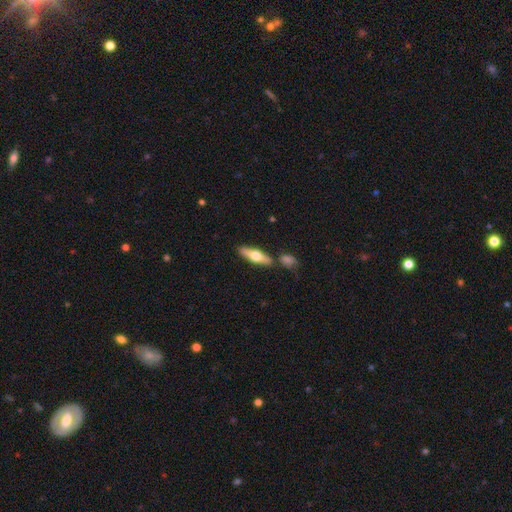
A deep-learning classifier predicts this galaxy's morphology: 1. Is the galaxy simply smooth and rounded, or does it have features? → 49% smooth, 46% featured or disk, 5% star or artifact.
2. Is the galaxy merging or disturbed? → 77% none, 10% minor disturbance, 10% merger, 3% major disturbance.